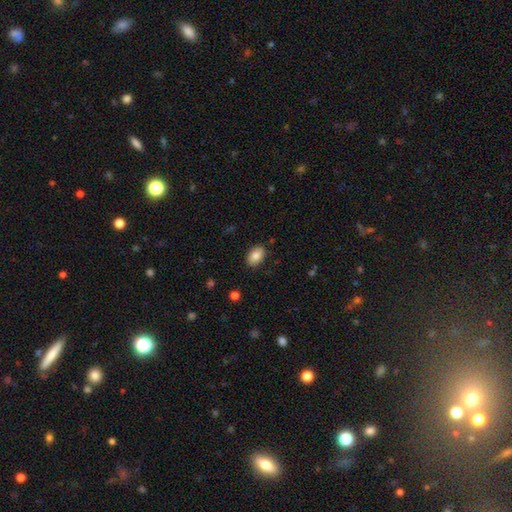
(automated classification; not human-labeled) Smooth or featured?
  - smooth: 84% *
  - featured or disk: 9%
  - star or artifact: 8%
How rounded?
  - in between: 88% *
  - round: 11%
  - cigar-shaped: 1%
Merging?
  - none: 87% *
  - minor disturbance: 10%
  - major disturbance: 2%
  - merger: 1%